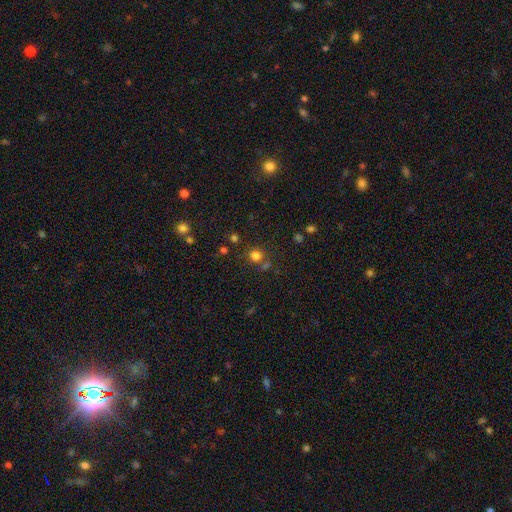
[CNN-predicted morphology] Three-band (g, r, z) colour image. It shows a smooth galaxy with no disk features (76%) that is round (90%). Merging: none (73%).